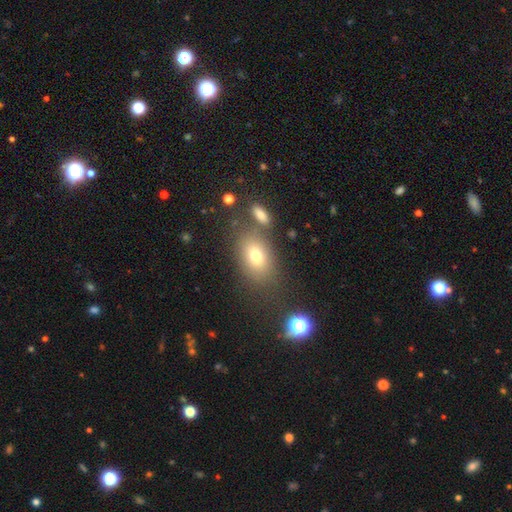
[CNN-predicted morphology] smooth-or-featured: smooth: 73% | featured or disk: 14% | star or artifact: 13%
  how-rounded: in between: 78% | round: 20% | cigar-shaped: 2%
  merging: none: 70% | minor disturbance: 12% | merger: 12% | major disturbance: 6%